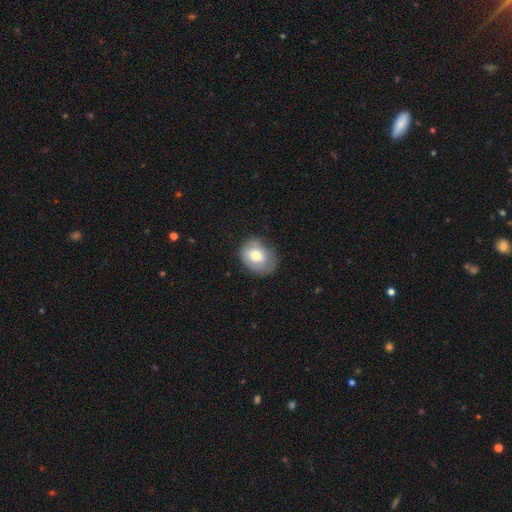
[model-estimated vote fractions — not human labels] This is likely a smooth galaxy (67%). How rounded: possibly in between (54%). Merging: likely none (62%).